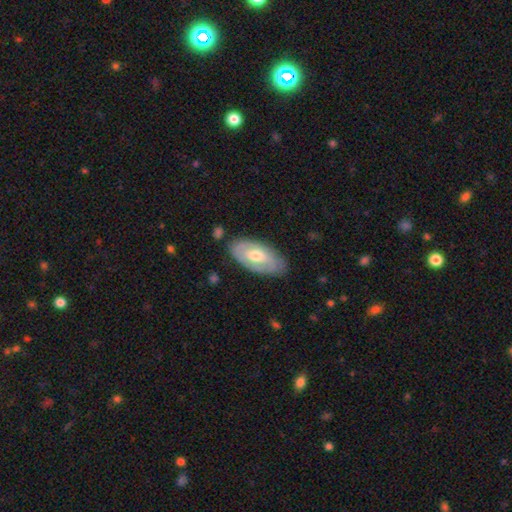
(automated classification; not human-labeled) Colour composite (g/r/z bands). It shows a featured or disk galaxy (50%). Merging: none (78%).